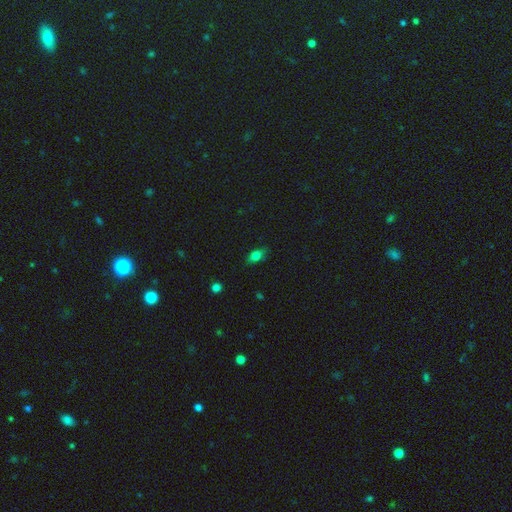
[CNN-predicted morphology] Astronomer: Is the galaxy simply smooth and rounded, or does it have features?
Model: smooth — 69%.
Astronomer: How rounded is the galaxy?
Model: in between — 77%.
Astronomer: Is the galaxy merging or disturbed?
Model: none — 80%.